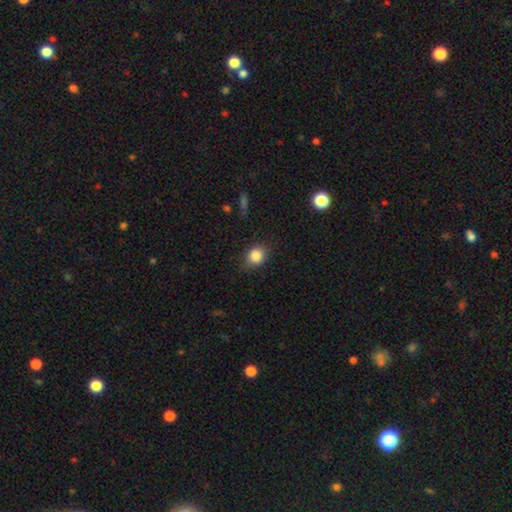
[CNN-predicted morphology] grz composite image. It shows a smooth galaxy with no disk features (85%) that is round (62%). Merging: none (74%).